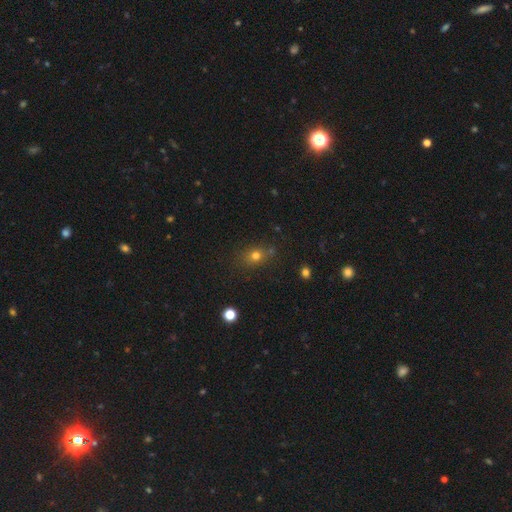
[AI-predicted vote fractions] Morphology: type=smooth (73%); roundness=round (57%); merging=none (74%).